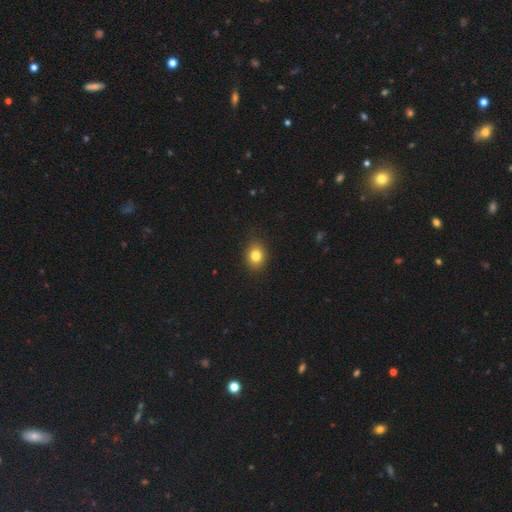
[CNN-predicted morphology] The model was most divided on "how rounded": round: 52%, in between: 47%, cigar-shaped: 1%. More confident: merging — none (87%); smooth or featured — smooth (81%).